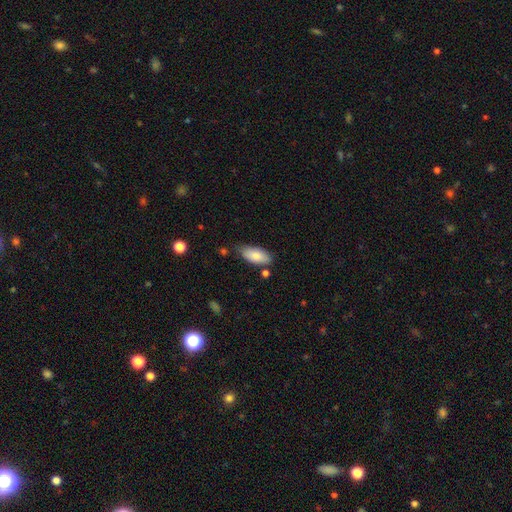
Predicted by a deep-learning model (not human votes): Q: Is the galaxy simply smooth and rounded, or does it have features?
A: smooth — 83%.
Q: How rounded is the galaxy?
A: in between — 88%.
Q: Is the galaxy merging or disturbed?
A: none — 71%.